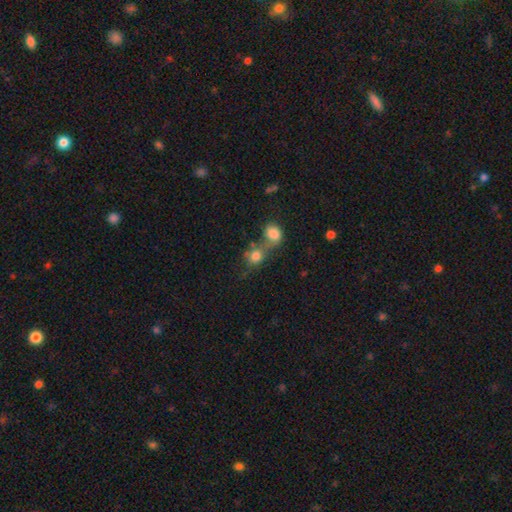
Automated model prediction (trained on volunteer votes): Smooth or featured: smooth — 77% (featured or disk — 12%)
How rounded: round — 72% (in between — 27%)
Merging: merger — 56% (none — 29%)